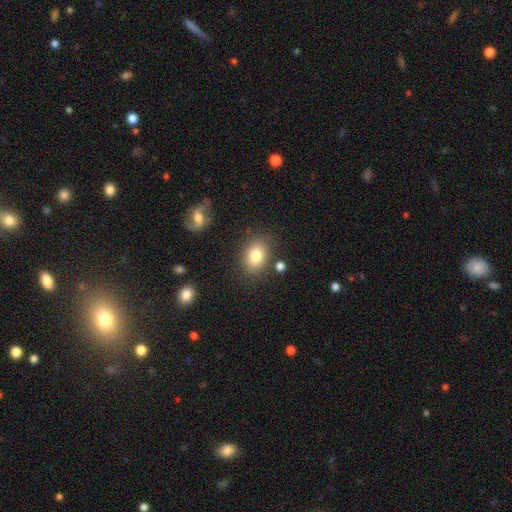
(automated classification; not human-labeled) Smooth or featured? Predicted: smooth (p=0.81). How rounded? Predicted: in between (p=0.65). Merging? Predicted: none (p=0.81).